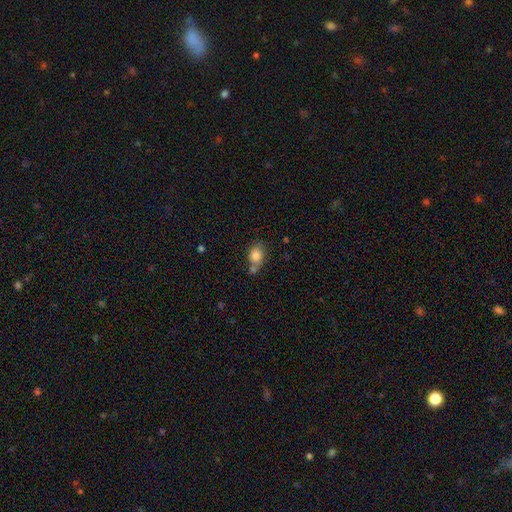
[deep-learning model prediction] The model was most divided on "how rounded": in between: 56%, round: 43%, cigar-shaped: 1%. More confident: smooth or featured — smooth (81%); merging — none (53%).